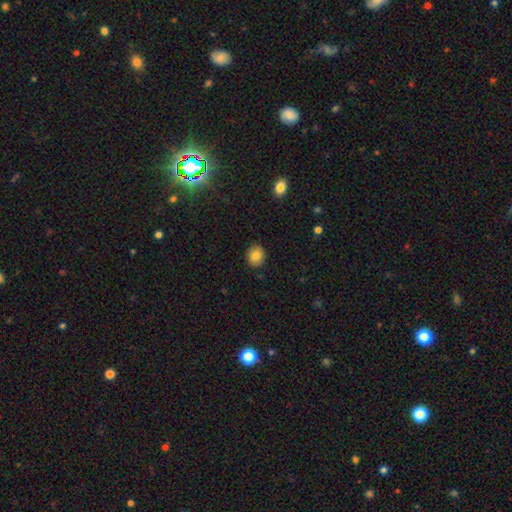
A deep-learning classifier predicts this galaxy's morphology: Smooth or featured: smooth — 83% (star or artifact — 9%)
How rounded: round — 66% (in between — 34%)
Merging: none — 89% (minor disturbance — 8%)